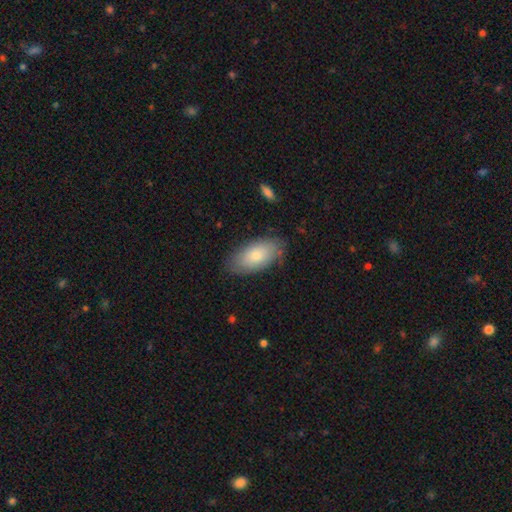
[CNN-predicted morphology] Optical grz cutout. It shows a smooth galaxy with no disk features (74%) that is in between round and cigar-shaped (93%). Merging: none (79%).